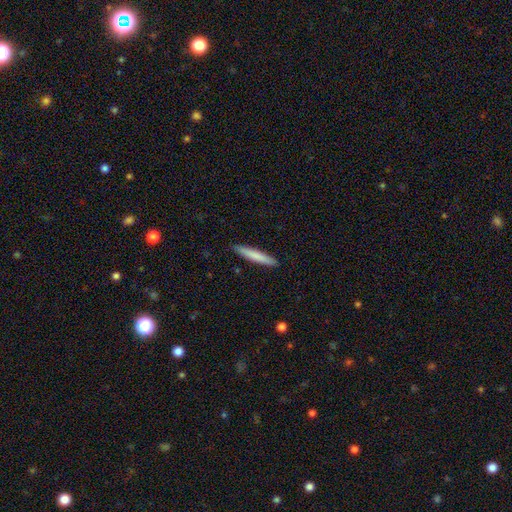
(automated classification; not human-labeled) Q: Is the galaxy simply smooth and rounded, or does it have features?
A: smooth — 76%.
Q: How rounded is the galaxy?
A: cigar-shaped — 95%.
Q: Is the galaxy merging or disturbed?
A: none — 91%.